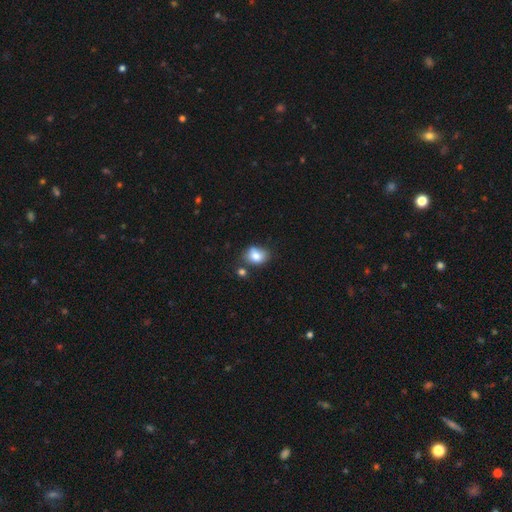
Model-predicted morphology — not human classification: type=smooth (81%); roundness=in between (57%); merging=none (60%).